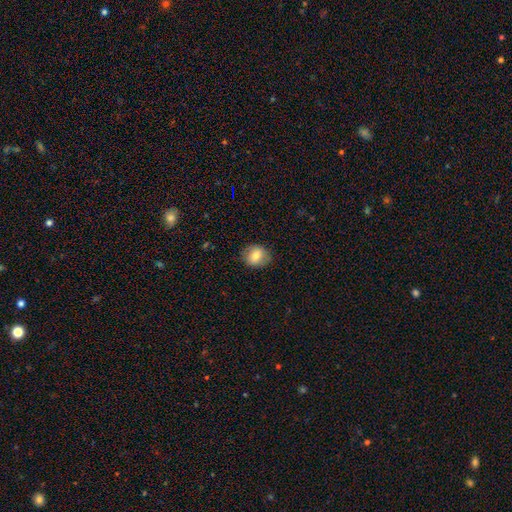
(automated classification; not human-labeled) This is likely a smooth galaxy (75%). How rounded: likely round (61%). Merging: clearly none (82%).